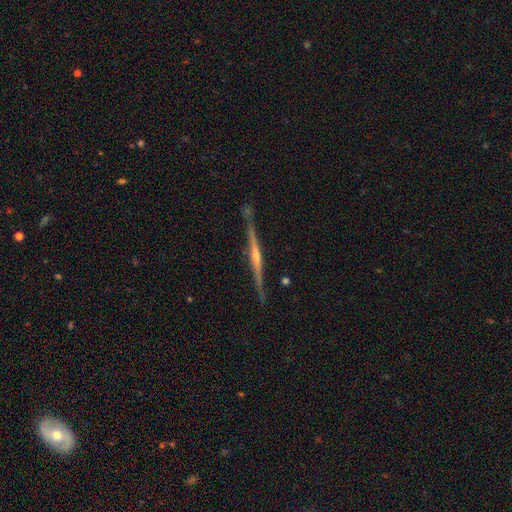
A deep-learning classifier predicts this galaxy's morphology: A featured or disk galaxy (86%) viewed edge-on (98%) with a rounded central bulge (79%).

Vote fractions:
- Smooth or featured? featured or disk: 86% / smooth: 9% / star or artifact: 5%
- Edge-on disk? yes: 98% / no: 2%
- Edge-on bulge? rounded: 79% / none: 14% / boxy: 8%
- Merging? none: 89% / minor disturbance: 8% / merger: 2% / major disturbance: 2%